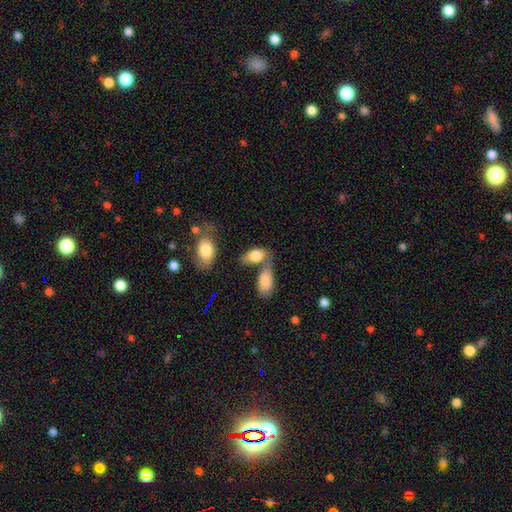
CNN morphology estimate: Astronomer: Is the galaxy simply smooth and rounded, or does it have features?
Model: smooth — 80%.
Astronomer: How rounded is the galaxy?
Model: in between — 90%.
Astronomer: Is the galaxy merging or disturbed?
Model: merger — 41% (runner-up: none, 38%).